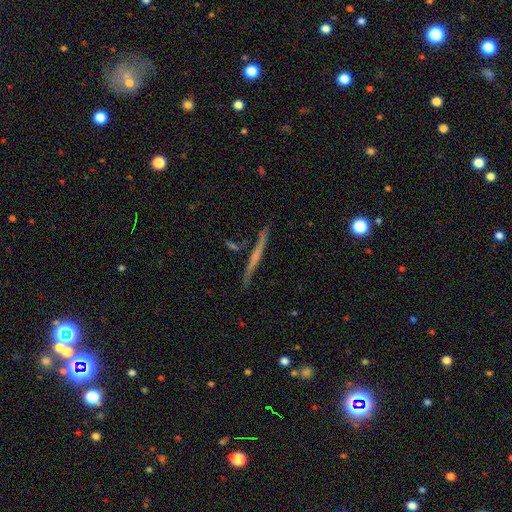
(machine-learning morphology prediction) A featured or disk galaxy (58%) viewed edge-on (96%) with no central bulge (78%). Merging: none (84%).